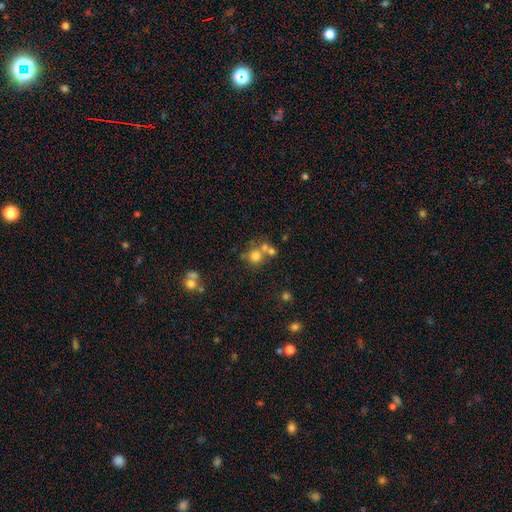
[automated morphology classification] Q: Smooth or featured?
A: smooth (67%); runner-up: featured or disk (17%)
Q: How rounded?
A: round (86%); runner-up: in between (13%)
Q: Merging?
A: none (48%); runner-up: merger (38%)